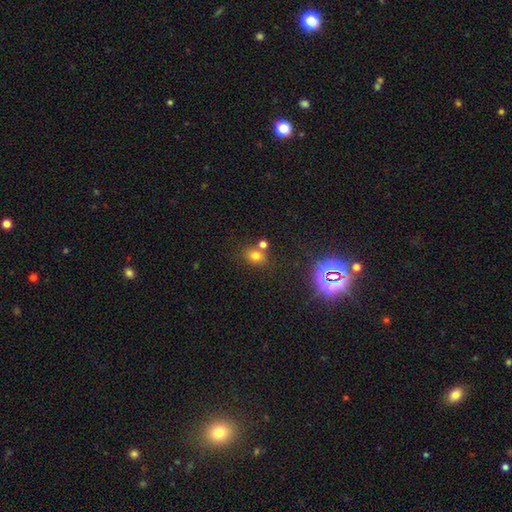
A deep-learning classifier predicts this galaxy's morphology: Overall: smooth (70%). How rounded: round (50%; in between 49%). Merging: none (60%; merger 25%).